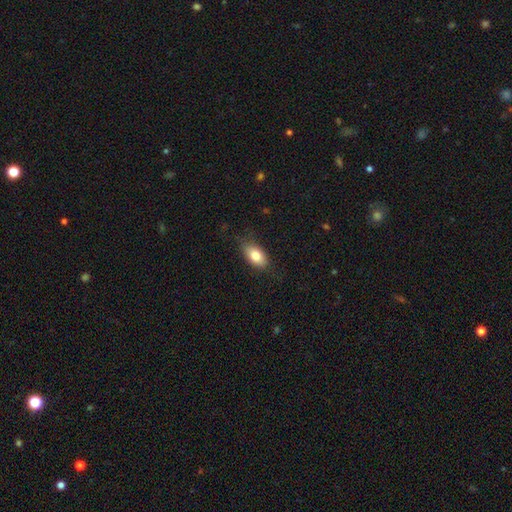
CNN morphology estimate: This is clearly a smooth galaxy (80%). How rounded: clearly in between (90%). Merging: likely none (79%).